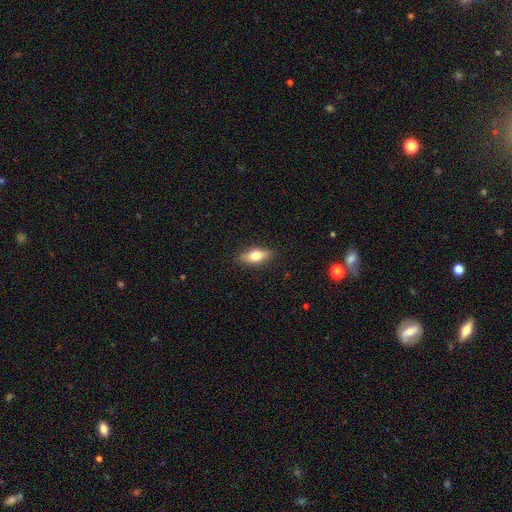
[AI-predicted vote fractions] A smooth galaxy with no disk features (66%) that is in between round and cigar-shaped (72%).

Vote fractions:
- Smooth or featured? smooth: 66% / featured or disk: 27% / star or artifact: 7%
- How rounded? in between: 72% / cigar-shaped: 24% / round: 4%
- Merging? none: 87% / minor disturbance: 10% / major disturbance: 2% / merger: 1%